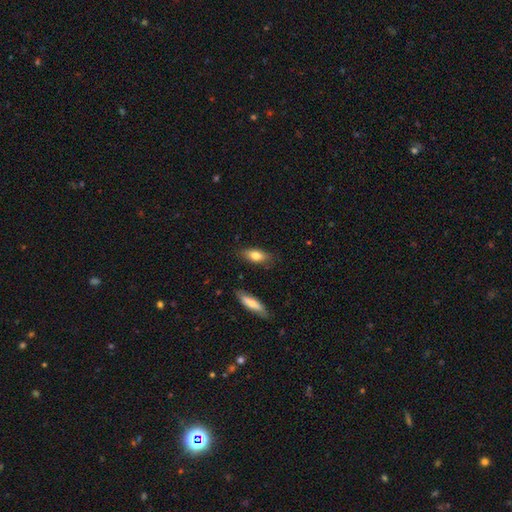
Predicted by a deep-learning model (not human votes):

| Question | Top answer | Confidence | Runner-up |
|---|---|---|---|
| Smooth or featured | smooth | 76% | featured or disk (17%) |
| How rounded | in between | 76% | cigar-shaped (20%) |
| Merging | none | 80% | minor disturbance (14%) |